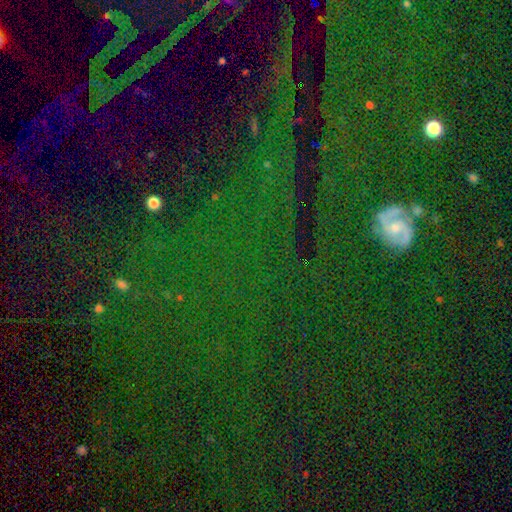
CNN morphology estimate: smooth-or-featured: star or artifact: 77% | smooth: 13% | featured or disk: 10%